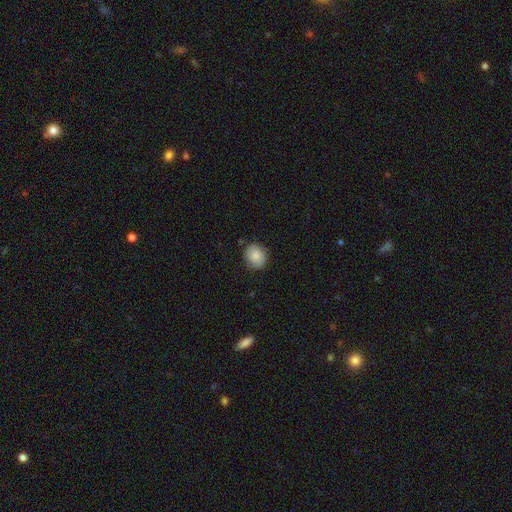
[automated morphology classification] type=smooth (81%); roundness=round (76%); merging=none (81%).